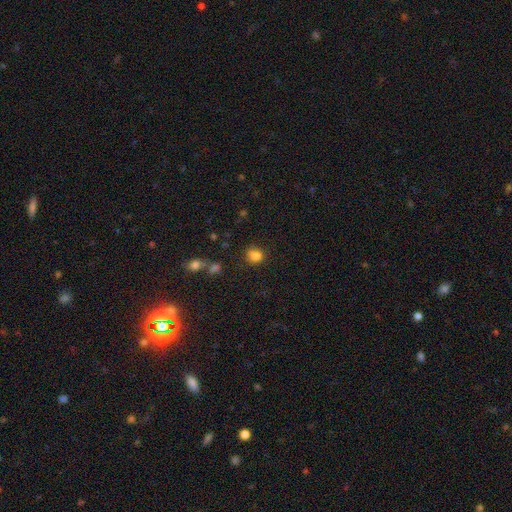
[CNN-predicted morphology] A smooth galaxy with no disk features (81%) that is round (77%). Merging: none (68%).